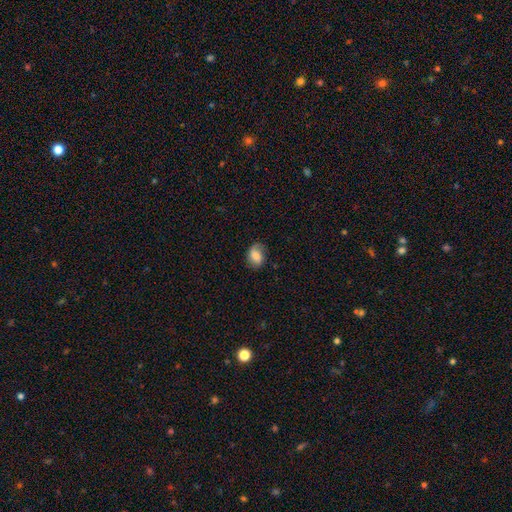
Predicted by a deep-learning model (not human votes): This is likely a smooth galaxy (70%). How rounded: likely in between (70%). Merging: likely none (71%).